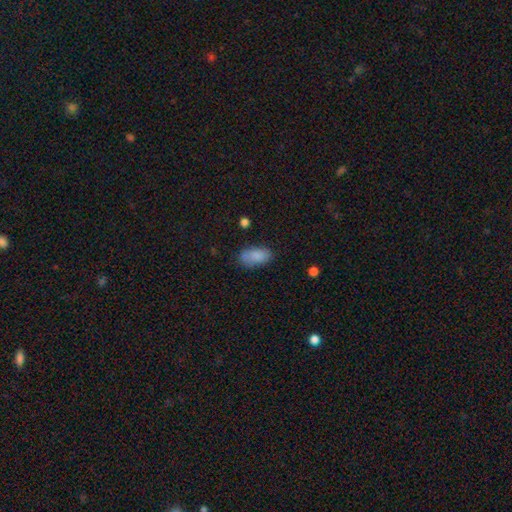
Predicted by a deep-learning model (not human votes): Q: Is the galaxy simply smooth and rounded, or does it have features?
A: smooth — 84%.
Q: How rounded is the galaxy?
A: in between — 92%.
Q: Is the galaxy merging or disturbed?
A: none — 69%.